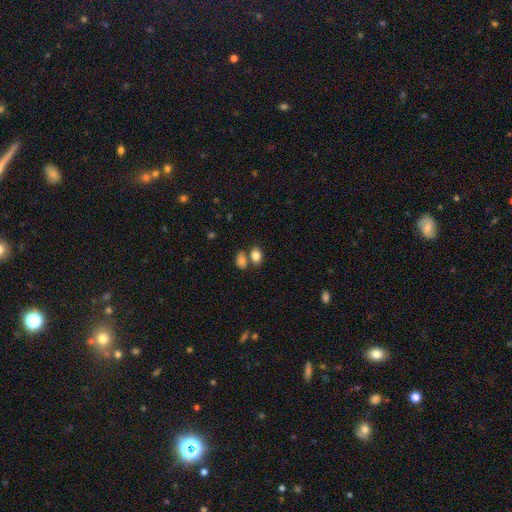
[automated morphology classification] Overall: smooth (83%). How rounded: in between (77%). Merging: none (49%; merger 36%).